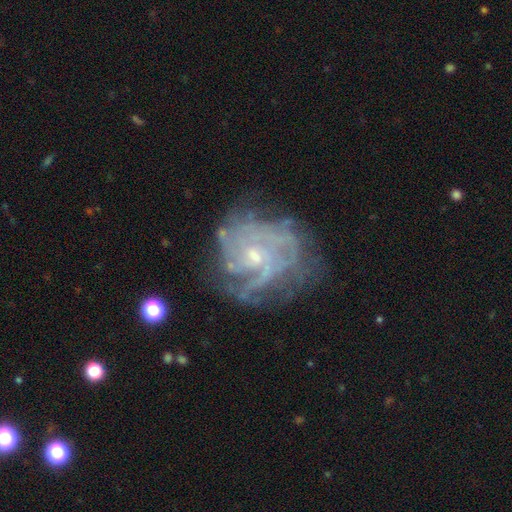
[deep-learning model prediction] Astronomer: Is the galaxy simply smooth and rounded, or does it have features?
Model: featured or disk — 84%.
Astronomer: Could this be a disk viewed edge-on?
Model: no — 98%.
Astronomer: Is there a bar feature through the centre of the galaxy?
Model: no — 69%.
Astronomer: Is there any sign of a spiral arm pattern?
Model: yes — 92%.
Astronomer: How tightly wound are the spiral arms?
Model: tight — 59%.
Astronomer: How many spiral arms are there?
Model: can't tell — 38% (runner-up: 4, 18%).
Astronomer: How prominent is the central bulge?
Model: small — 71%.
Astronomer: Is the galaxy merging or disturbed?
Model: none — 61%.